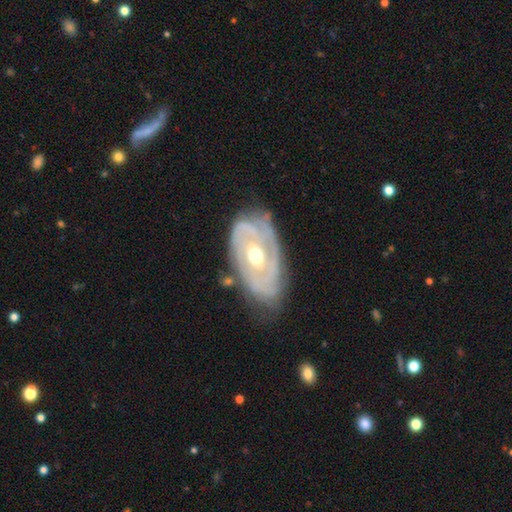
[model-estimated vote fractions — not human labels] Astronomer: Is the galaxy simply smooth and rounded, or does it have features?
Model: featured or disk — 84%.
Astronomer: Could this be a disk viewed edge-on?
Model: no — 94%.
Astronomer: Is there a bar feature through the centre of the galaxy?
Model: no — 64%.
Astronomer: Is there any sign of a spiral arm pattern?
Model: yes — 85%.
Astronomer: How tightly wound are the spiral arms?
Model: tight — 69%.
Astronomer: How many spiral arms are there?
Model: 2 — 37% (runner-up: can't tell, 35%).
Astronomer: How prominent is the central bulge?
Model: moderate — 77%.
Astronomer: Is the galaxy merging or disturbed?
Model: none — 67%.